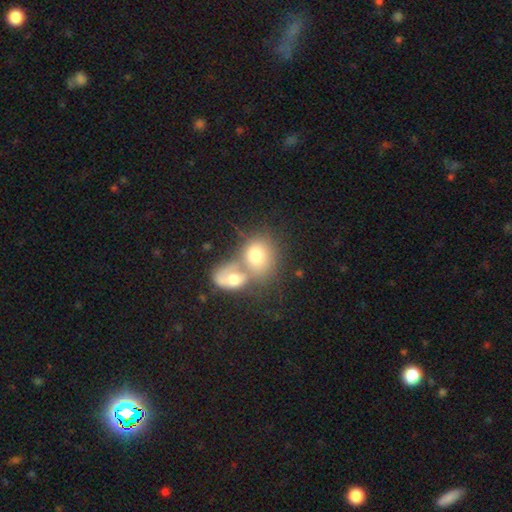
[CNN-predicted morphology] Smooth or featured?
  - smooth: 69% *
  - featured or disk: 22%
  - star or artifact: 9%
How rounded?
  - round: 51% *
  - in between: 48%
  - cigar-shaped: 1%
Merging?
  - merger: 64% *
  - none: 22%
  - minor disturbance: 7%
  - major disturbance: 6%